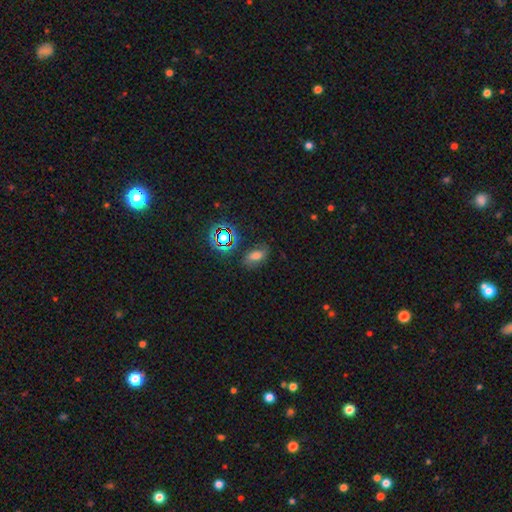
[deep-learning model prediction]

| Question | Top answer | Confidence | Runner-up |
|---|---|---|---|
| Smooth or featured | smooth | 52% | star or artifact (25%) |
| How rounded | in between | 83% | round (12%) |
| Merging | none | 72% | minor disturbance (18%) |